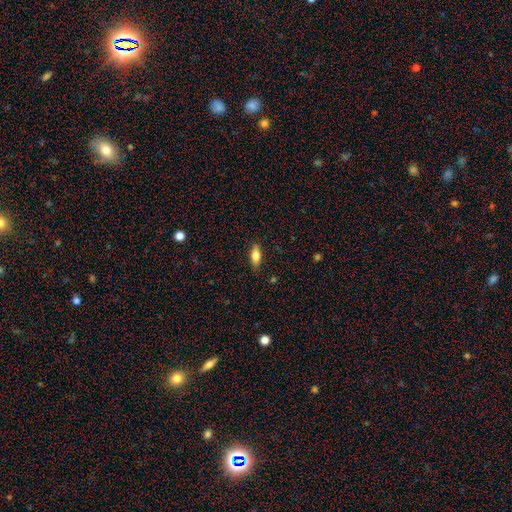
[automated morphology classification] This is likely a smooth galaxy (75%). How rounded: likely in between (77%). Merging: clearly none (85%).